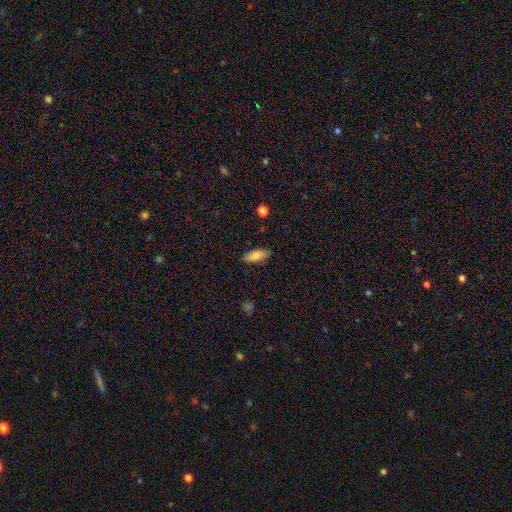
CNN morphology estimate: Q: Smooth or featured?
A: smooth (84%); runner-up: featured or disk (9%)
Q: How rounded?
A: in between (82%); runner-up: cigar-shaped (16%)
Q: Merging?
A: none (84%); runner-up: minor disturbance (12%)